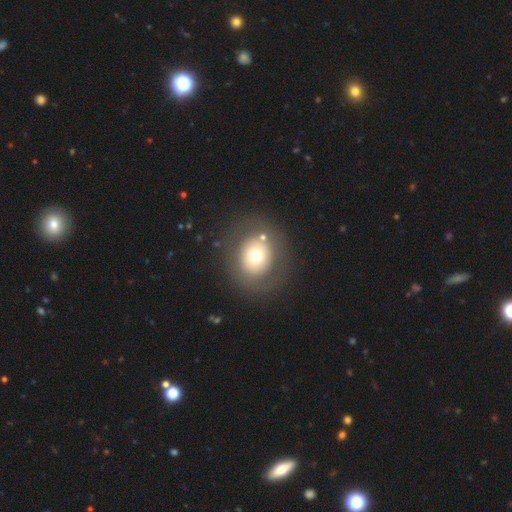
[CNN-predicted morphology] A smooth galaxy with no disk features (60%) that is round (79%).

Vote fractions:
- Smooth or featured? smooth: 60% / featured or disk: 30% / star or artifact: 10%
- How rounded? round: 79% / in between: 20% / cigar-shaped: 1%
- Merging? none: 79% / minor disturbance: 10% / major disturbance: 8% / merger: 3%